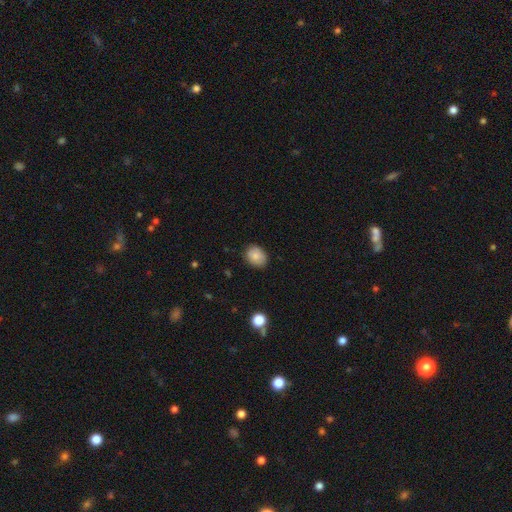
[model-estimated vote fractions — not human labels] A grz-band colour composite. It shows a smooth galaxy with no disk features (83%) that is in between round and cigar-shaped (60%). Merging: none (82%).